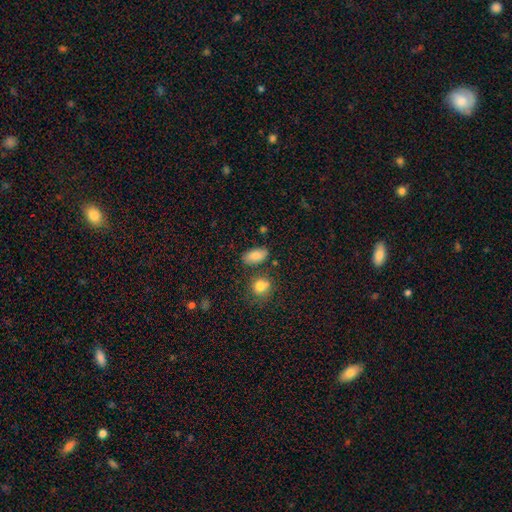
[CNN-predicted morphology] This appears to be a smooth galaxy with no disk features (84%) that is in between round and cigar-shaped (90%). Merging: none (76%).